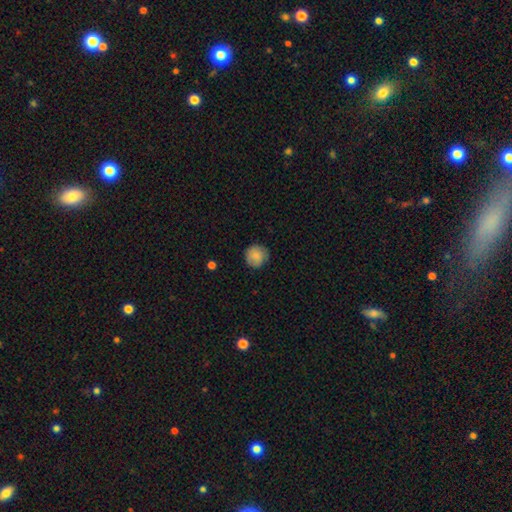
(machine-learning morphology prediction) A smooth galaxy with no disk features (83%) that is round (94%).

Vote fractions:
- Smooth or featured? smooth: 83% / featured or disk: 10% / star or artifact: 7%
- How rounded? round: 94% / in between: 5% / cigar-shaped: 1%
- Merging? none: 81% / minor disturbance: 15% / major disturbance: 3% / merger: 1%